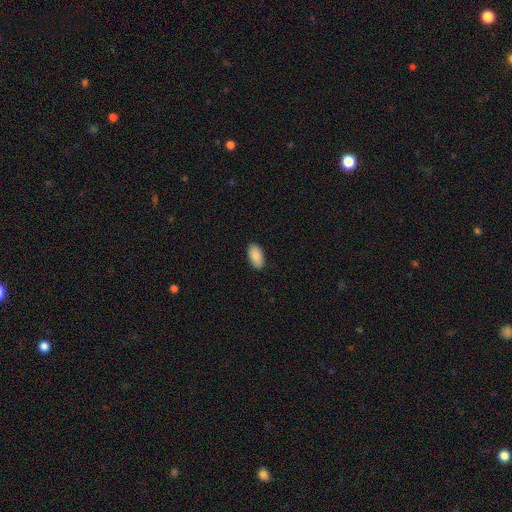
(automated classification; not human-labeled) A smooth galaxy with no disk features (90%) that is in between round and cigar-shaped (95%). Merging: none (89%).